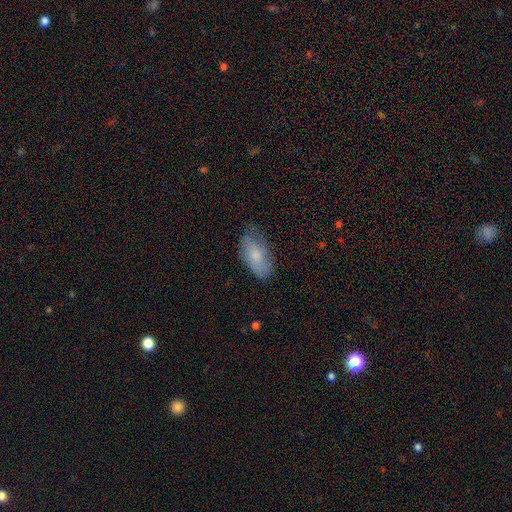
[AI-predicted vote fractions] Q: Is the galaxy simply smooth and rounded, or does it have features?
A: smooth — 69%.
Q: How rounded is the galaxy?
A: in between — 92%.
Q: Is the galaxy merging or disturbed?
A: none — 60%.